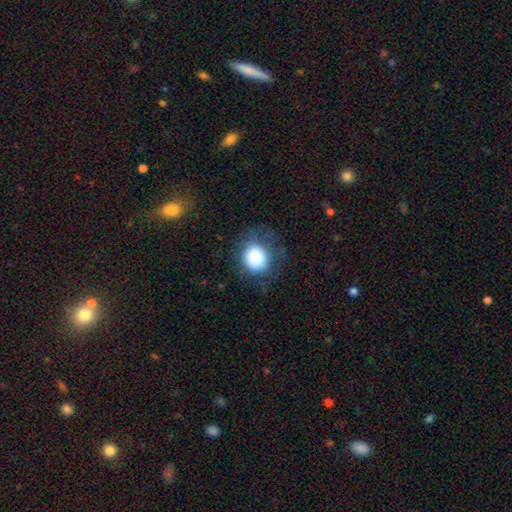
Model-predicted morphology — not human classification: Smooth or featured? Predicted: smooth (p=0.84). How rounded? Predicted: round (p=0.79). Merging? Predicted: none (p=0.69).